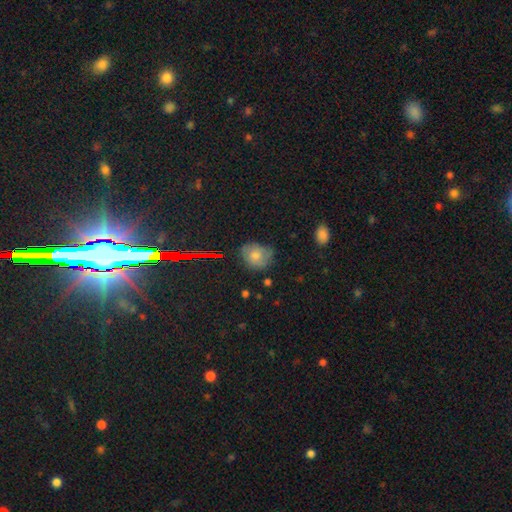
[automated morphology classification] Overall: smooth (71%). How rounded: round (52%; in between 47%). Merging: none (61%; minor disturbance 30%).